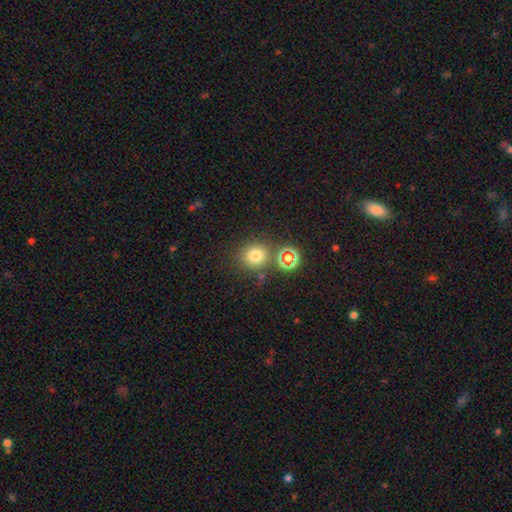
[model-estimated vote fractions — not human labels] Smooth or featured: smooth — 73% (star or artifact — 20%)
How rounded: round — 85% (in between — 14%)
Merging: none — 76% (merger — 11%)